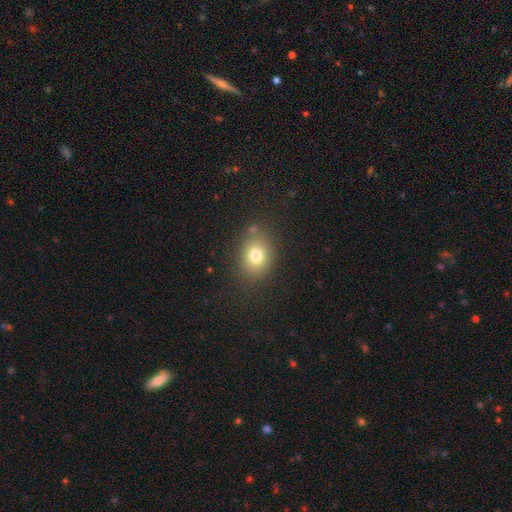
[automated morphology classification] smooth 77%, star or artifact 12%, featured or disk 10%. Down the decision tree: how rounded — in between (55%); merging — none (77%).